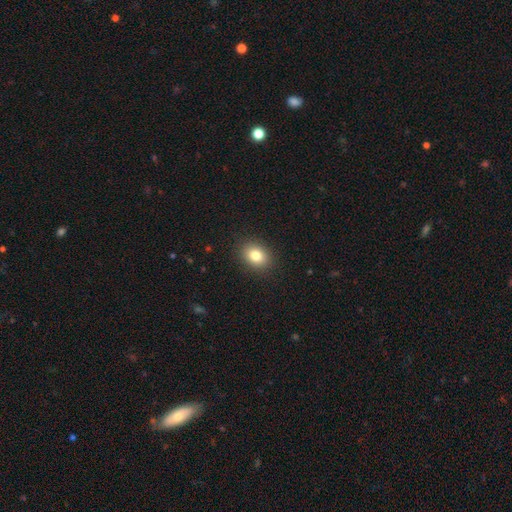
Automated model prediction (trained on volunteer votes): smooth_or_featured: smooth (p=0.81) [alt: star or artifact p=0.10]
how_rounded: in between (p=0.59) [alt: round p=0.40]
merging: none (p=0.89) [alt: minor disturbance p=0.08]